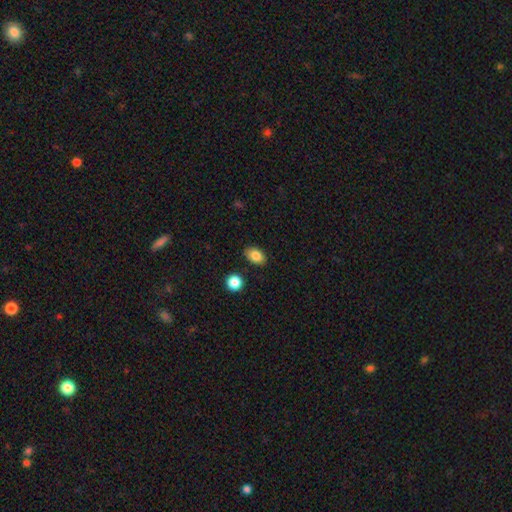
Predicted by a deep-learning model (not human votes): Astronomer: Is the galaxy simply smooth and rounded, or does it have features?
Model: smooth — 85%.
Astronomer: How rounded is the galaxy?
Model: in between — 84%.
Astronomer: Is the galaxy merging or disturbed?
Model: none — 85%.